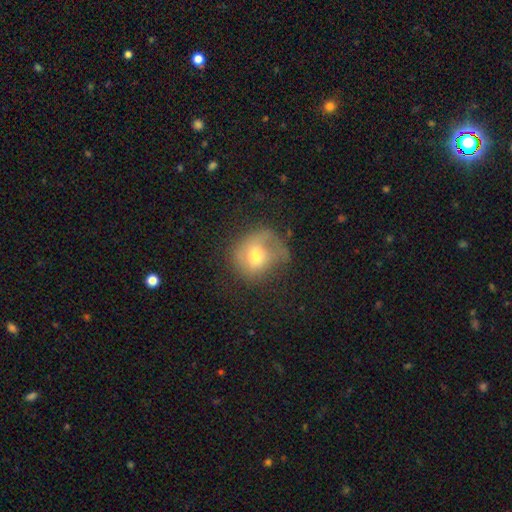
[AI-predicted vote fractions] The model was most divided on "merging": none: 38%, major disturbance: 31%, minor disturbance: 29%, merger: 3%. More confident: how rounded — round (76%); smooth or featured — smooth (55%).